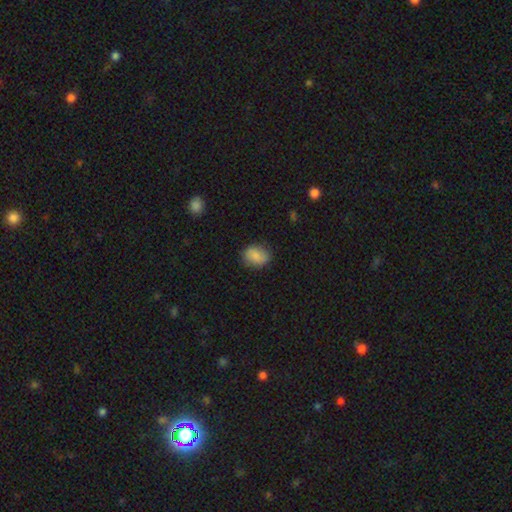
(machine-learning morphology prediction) Q: Smooth or featured?
A: smooth (80%); runner-up: featured or disk (12%)
Q: How rounded?
A: round (51%); runner-up: in between (47%)
Q: Merging?
A: none (78%); runner-up: minor disturbance (17%)